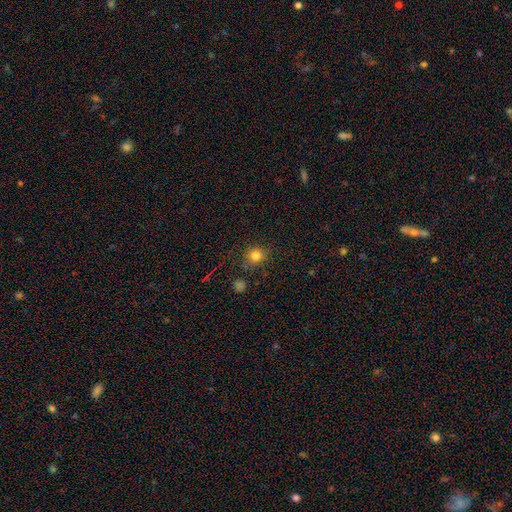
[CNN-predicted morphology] Smooth or featured?
  - smooth: 80% *
  - star or artifact: 14%
  - featured or disk: 6%
How rounded?
  - round: 87% *
  - in between: 12%
  - cigar-shaped: 1%
Merging?
  - none: 83% *
  - minor disturbance: 11%
  - major disturbance: 4%
  - merger: 3%